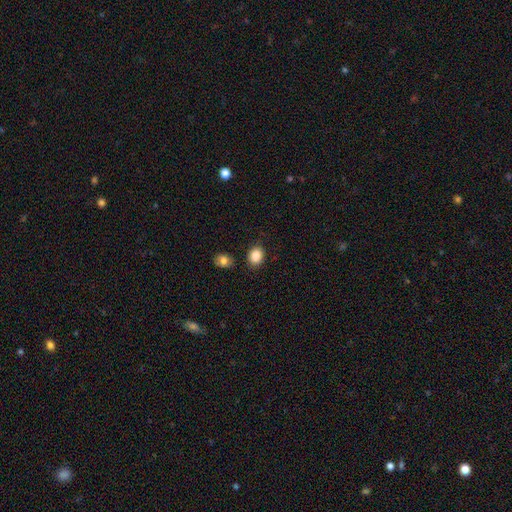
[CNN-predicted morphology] smooth-or-featured: smooth: 87% | star or artifact: 9% | featured or disk: 4%
  how-rounded: in between: 51% | round: 48% | cigar-shaped: 1%
  merging: none: 83% | minor disturbance: 10% | merger: 4% | major disturbance: 3%